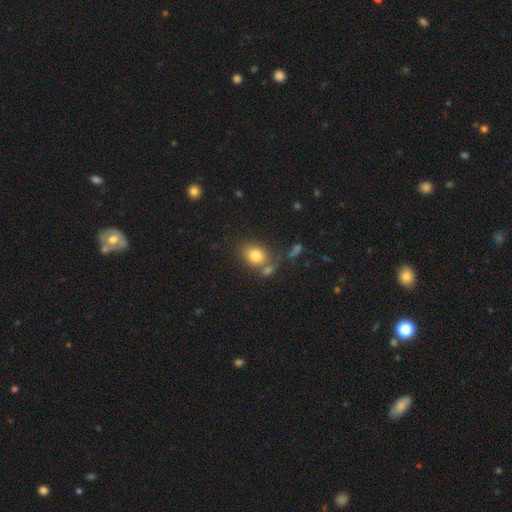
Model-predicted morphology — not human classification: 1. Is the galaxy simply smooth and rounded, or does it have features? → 80% smooth, 10% star or artifact, 10% featured or disk.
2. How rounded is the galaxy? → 51% in between, 48% round, 1% cigar-shaped.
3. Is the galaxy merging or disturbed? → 57% none, 24% merger, 13% minor disturbance, 5% major disturbance.